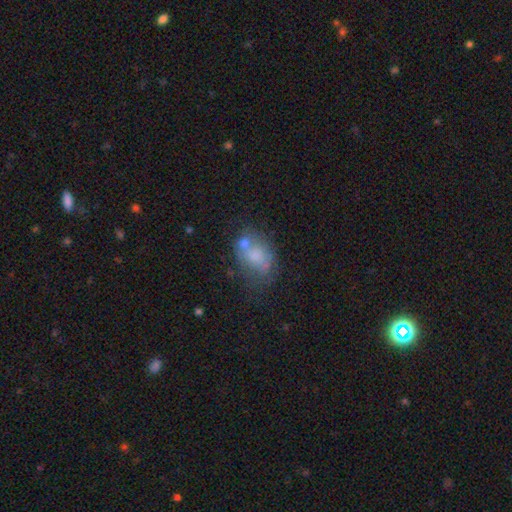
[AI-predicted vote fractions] smooth-or-featured: smooth: 59% | featured or disk: 30% | star or artifact: 11%
  how-rounded: in between: 76% | round: 23% | cigar-shaped: 1%
  merging: none: 39% | minor disturbance: 23% | merger: 22% | major disturbance: 16%